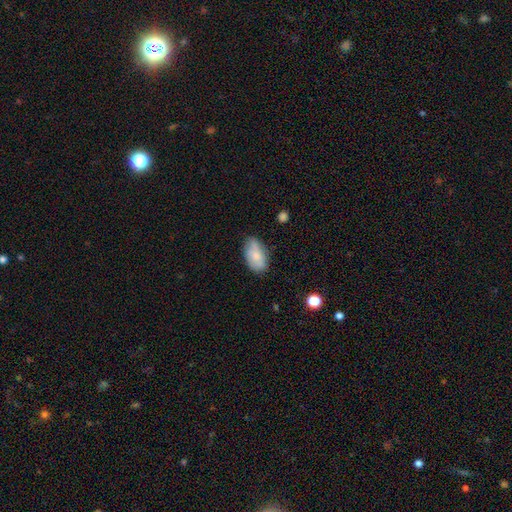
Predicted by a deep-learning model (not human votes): Morphology: type=smooth (72%); roundness=in between (93%); merging=none (67%).